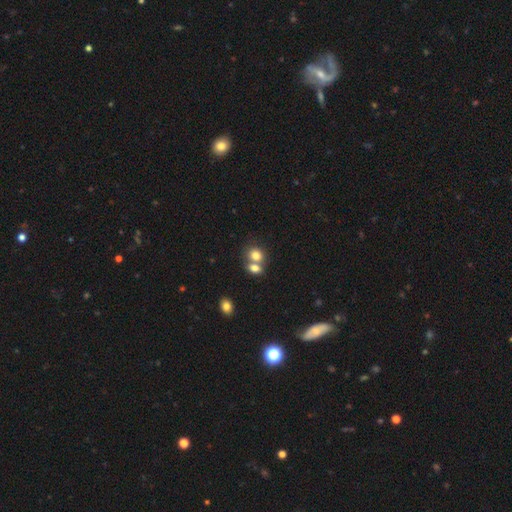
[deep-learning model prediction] smooth_or_featured: smooth (p=0.79) [alt: featured or disk p=0.11]
how_rounded: round (p=0.60) [alt: in between p=0.39]
merging: merger (p=0.55) [alt: none p=0.35]